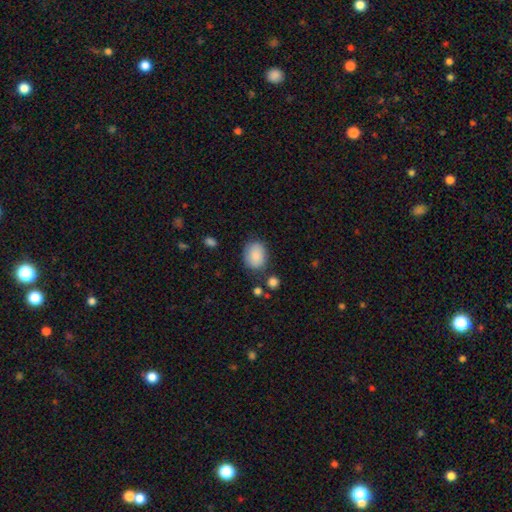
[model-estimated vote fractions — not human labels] This appears to be a smooth galaxy with no disk features (86%) that is in between round and cigar-shaped (60%). Merging: none (75%).